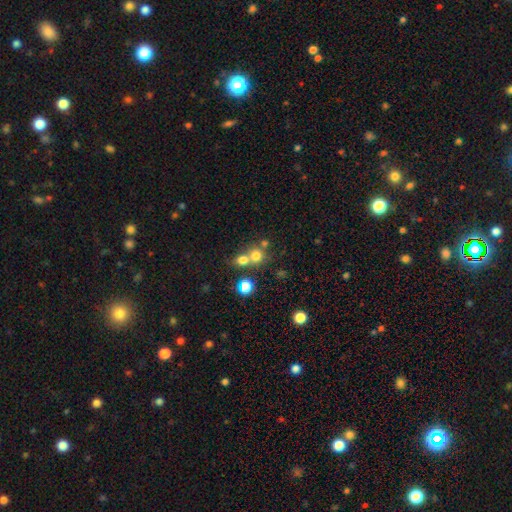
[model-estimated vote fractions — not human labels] Morphology: type=smooth (71%); roundness=round (84%); merging=merger (48%).